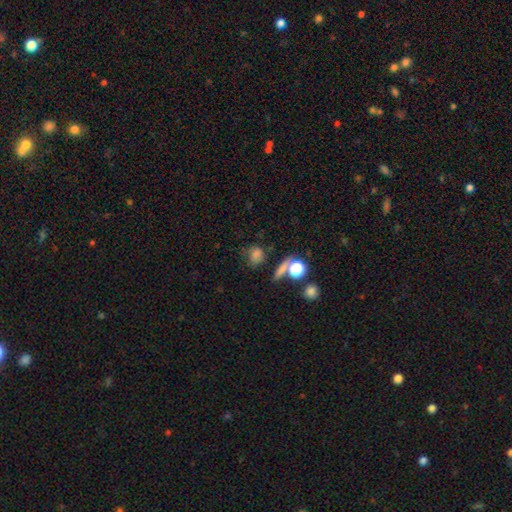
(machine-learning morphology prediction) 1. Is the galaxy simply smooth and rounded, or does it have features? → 69% smooth, 20% star or artifact, 11% featured or disk.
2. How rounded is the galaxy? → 67% round, 28% in between, 5% cigar-shaped.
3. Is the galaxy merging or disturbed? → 59% none, 17% minor disturbance, 13% merger, 11% major disturbance.